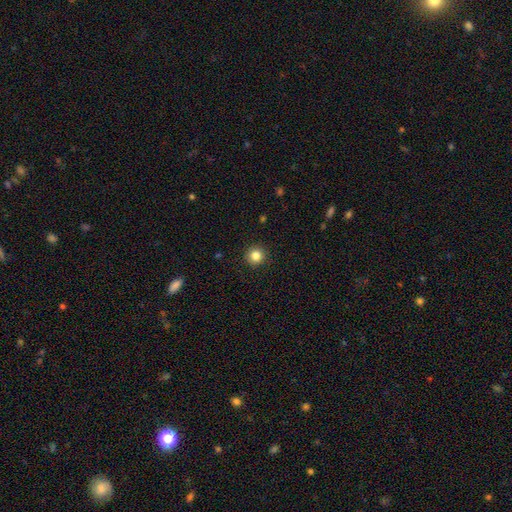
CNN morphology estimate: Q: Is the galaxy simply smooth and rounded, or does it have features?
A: smooth — 84%.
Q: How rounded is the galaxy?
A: round — 95%.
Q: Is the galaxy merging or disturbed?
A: none — 92%.